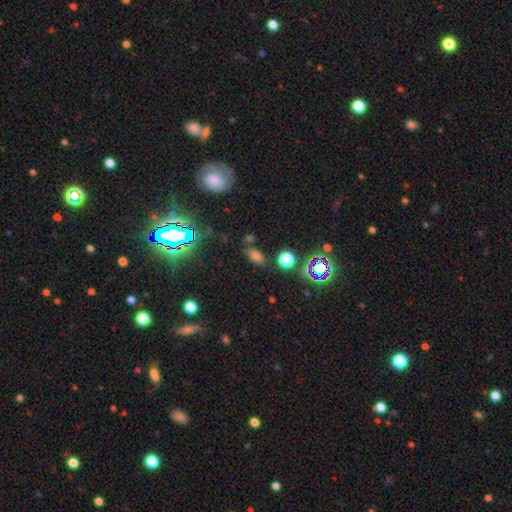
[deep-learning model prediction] smooth 66%, star or artifact 26%, featured or disk 8%. Down the decision tree: how rounded — in between (83%); merging — none (75%).